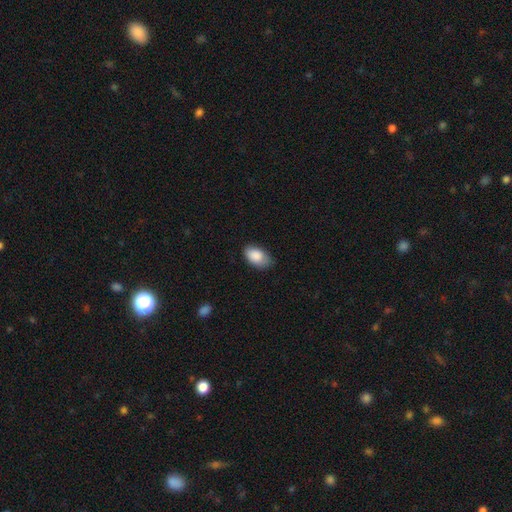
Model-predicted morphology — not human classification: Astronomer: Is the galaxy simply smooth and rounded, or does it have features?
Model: smooth — 88%.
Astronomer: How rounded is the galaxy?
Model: in between — 93%.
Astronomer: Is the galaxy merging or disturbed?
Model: none — 70%.